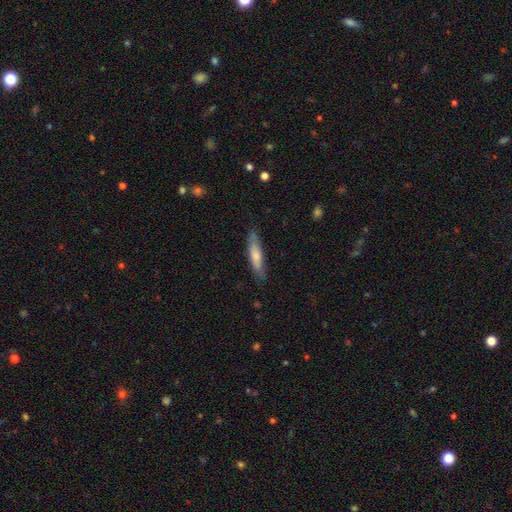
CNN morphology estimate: The model was most divided on "smooth or featured": smooth: 66%, featured or disk: 28%, star or artifact: 5%. More confident: merging — none (80%); how rounded — cigar-shaped (79%).